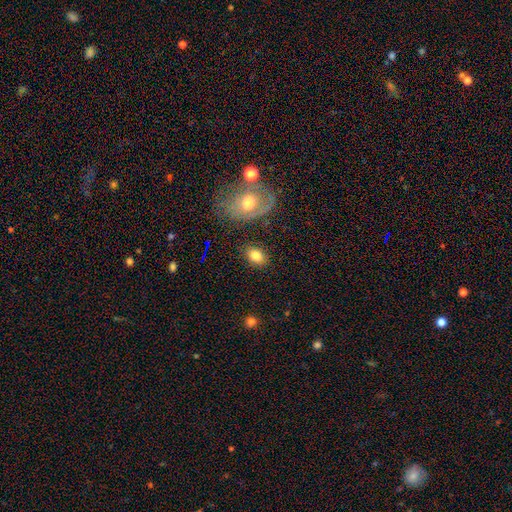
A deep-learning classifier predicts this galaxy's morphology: Smooth or featured? Predicted: smooth (p=0.81). How rounded? Predicted: in between (p=0.76). Merging? Predicted: none (p=0.83).